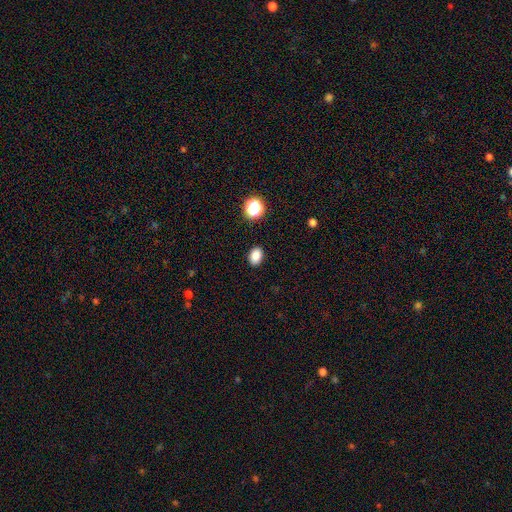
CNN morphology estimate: smooth 86%, star or artifact 11%, featured or disk 4%. Down the decision tree: how rounded — in between (77%); merging — none (89%).